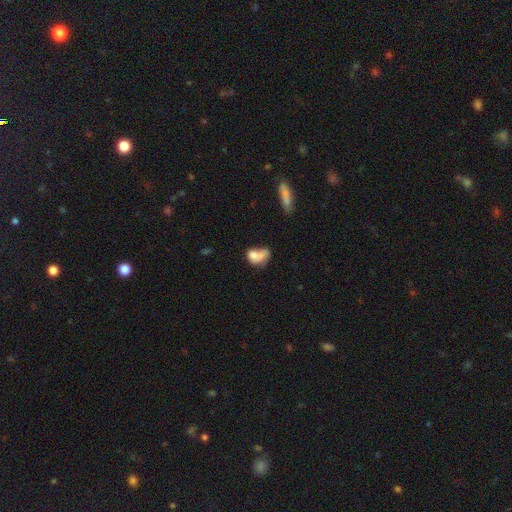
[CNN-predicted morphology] Overall: smooth (65%). How rounded: in between (75%). Merging: merger (35%; major disturbance 25%).